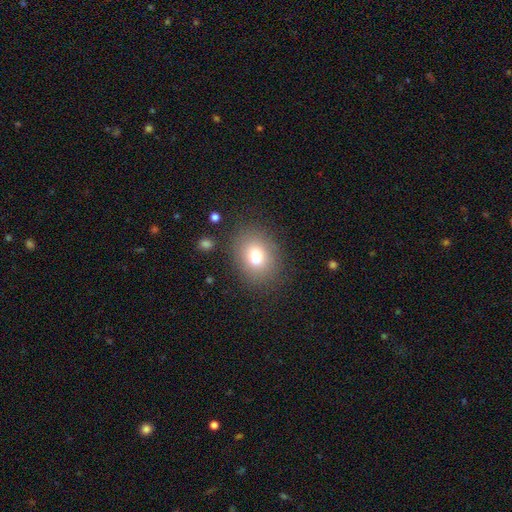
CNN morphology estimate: smooth-or-featured: smooth: 72% | featured or disk: 15% | star or artifact: 13%
  how-rounded: in between: 52% | round: 47% | cigar-shaped: 1%
  merging: none: 74% | minor disturbance: 13% | merger: 8% | major disturbance: 5%